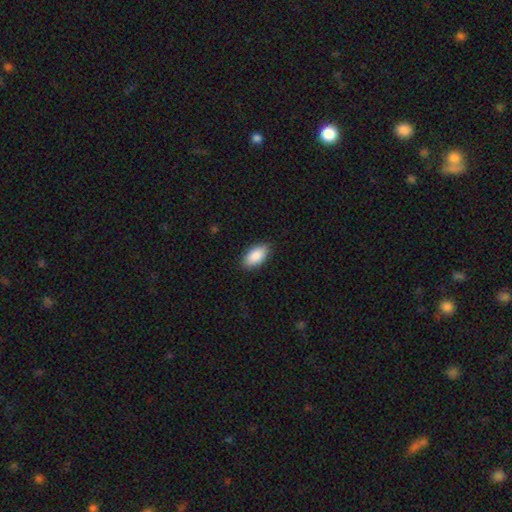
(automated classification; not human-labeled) Morphology: type=smooth (89%); roundness=in between (94%); merging=none (87%).